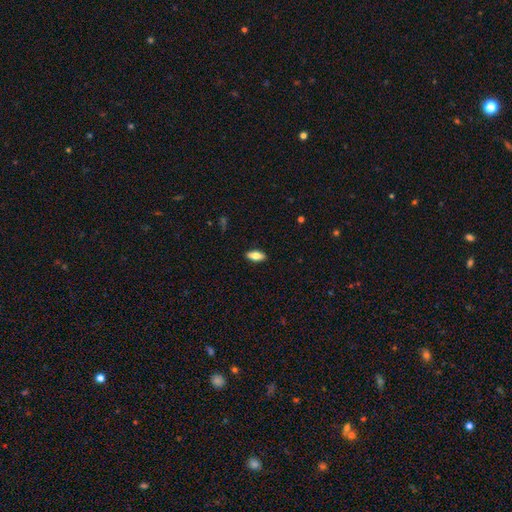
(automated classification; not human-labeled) This appears to be a smooth galaxy with no disk features (74%) that is in between round and cigar-shaped (84%). Merging: none (89%).